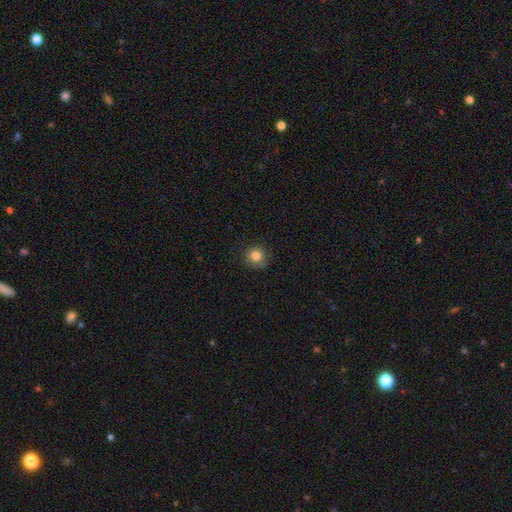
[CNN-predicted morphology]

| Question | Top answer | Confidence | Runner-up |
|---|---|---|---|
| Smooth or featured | smooth | 83% | star or artifact (10%) |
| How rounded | round | 89% | in between (10%) |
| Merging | none | 79% | minor disturbance (16%) |